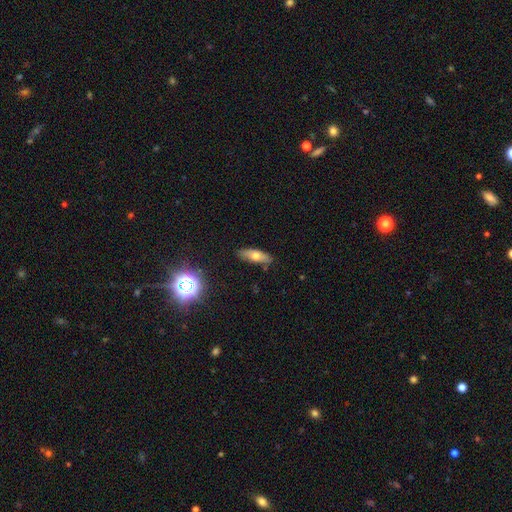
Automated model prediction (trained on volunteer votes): Smooth or featured?
  - smooth: 61% *
  - featured or disk: 29%
  - star or artifact: 9%
How rounded?
  - in between: 56% *
  - cigar-shaped: 40%
  - round: 4%
Merging?
  - none: 85% *
  - minor disturbance: 11%
  - major disturbance: 2%
  - merger: 2%